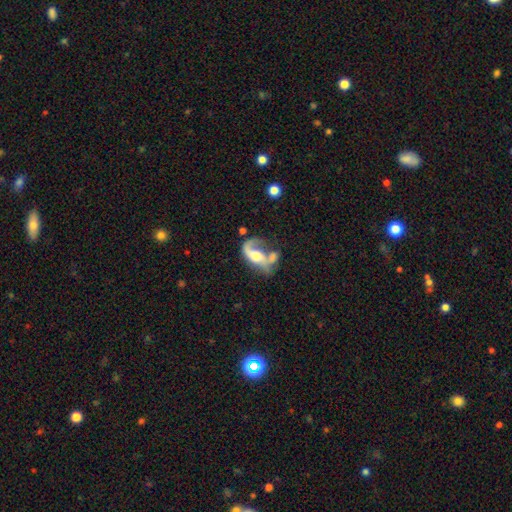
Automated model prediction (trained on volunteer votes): This appears to be a featured or disk galaxy (63%) with no bar (61%), spiral arms (73%) and a moderate central bulge (48%). Merging: merger (38%).